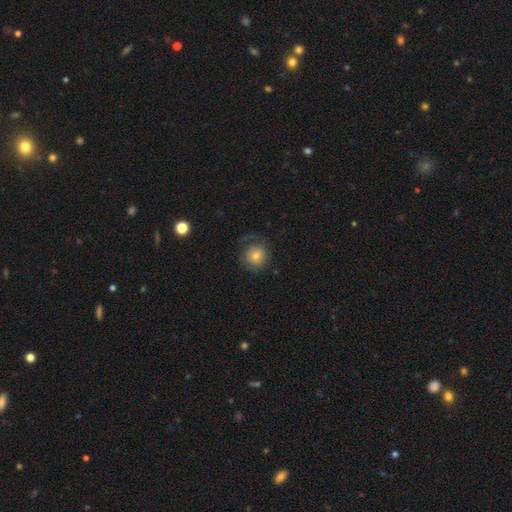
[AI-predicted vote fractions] This appears to be a smooth galaxy with no disk features (66%) that is round (91%). Merging: none (62%).